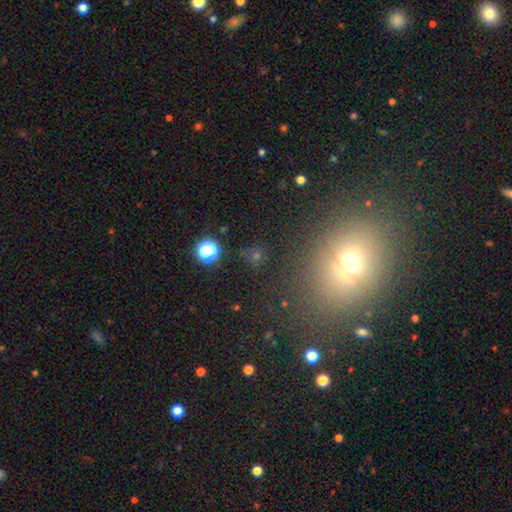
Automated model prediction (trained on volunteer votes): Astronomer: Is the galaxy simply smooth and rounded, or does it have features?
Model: smooth — 50% (runner-up: star or artifact, 40%).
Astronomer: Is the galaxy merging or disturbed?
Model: none — 81%.